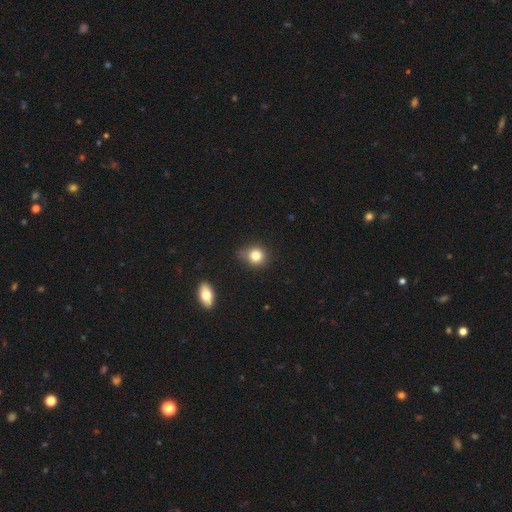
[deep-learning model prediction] This is likely a smooth galaxy (80%). How rounded: likely round (76%). Merging: likely none (62%).